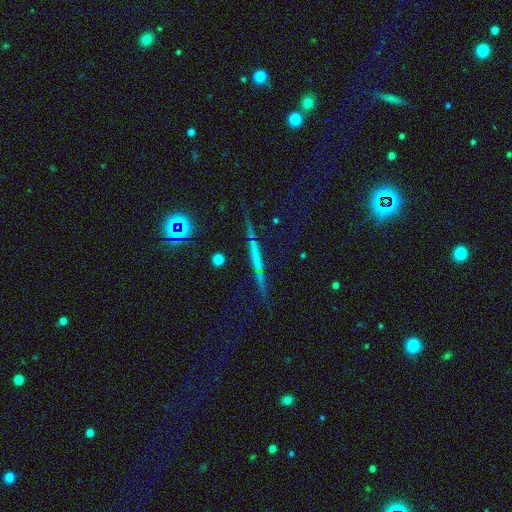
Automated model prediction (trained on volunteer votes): Smooth or featured?
  - featured or disk: 40% *
  - star or artifact: 37%
  - smooth: 23%
Merging?
  - none: 83% *
  - minor disturbance: 11%
  - major disturbance: 4%
  - merger: 3%